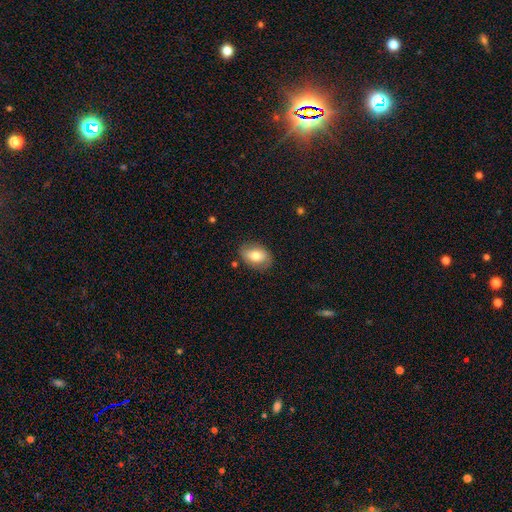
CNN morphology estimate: Smooth or featured: smooth — 70% (featured or disk — 23%)
How rounded: in between — 83% (round — 15%)
Merging: none — 78% (minor disturbance — 16%)